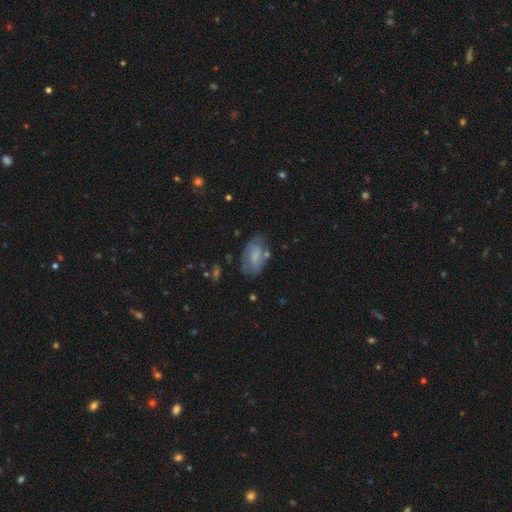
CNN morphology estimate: smooth 59%, featured or disk 33%, star or artifact 8%. Down the decision tree: how rounded — in between (89%); merging — none (61%).